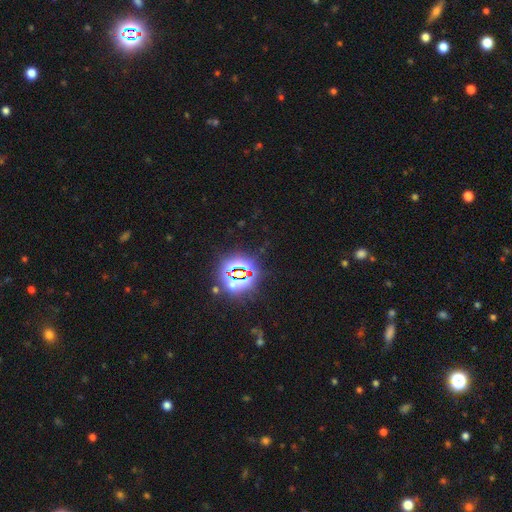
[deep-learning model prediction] Morphology: type=star or artifact (83%).